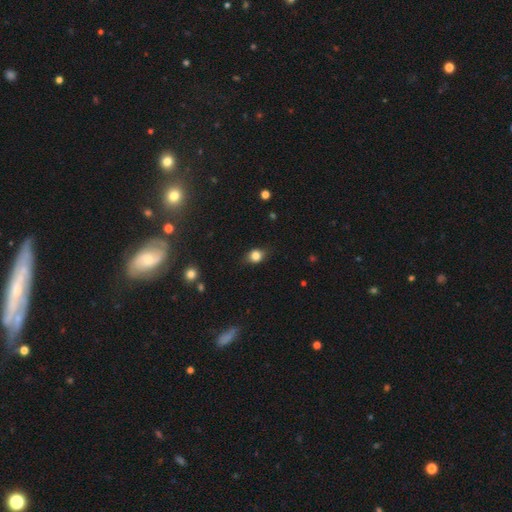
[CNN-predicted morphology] Smooth or featured: smooth — 80% (star or artifact — 11%)
How rounded: round — 51% (in between — 47%)
Merging: none — 75% (minor disturbance — 19%)